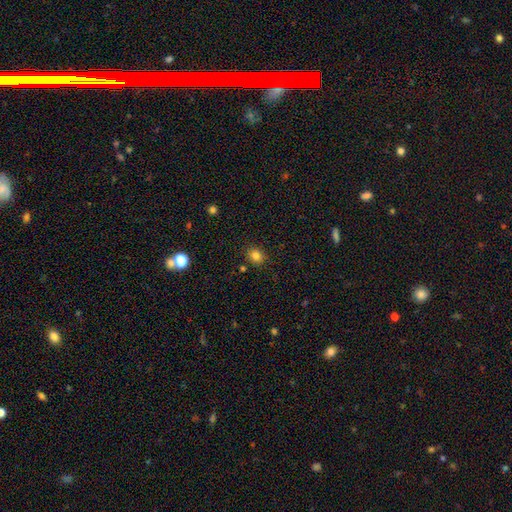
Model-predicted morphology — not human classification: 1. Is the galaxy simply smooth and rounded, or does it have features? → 81% smooth, 13% star or artifact, 5% featured or disk.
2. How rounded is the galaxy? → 72% round, 27% in between, 1% cigar-shaped.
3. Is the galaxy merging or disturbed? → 85% none, 10% minor disturbance, 3% major disturbance, 2% merger.